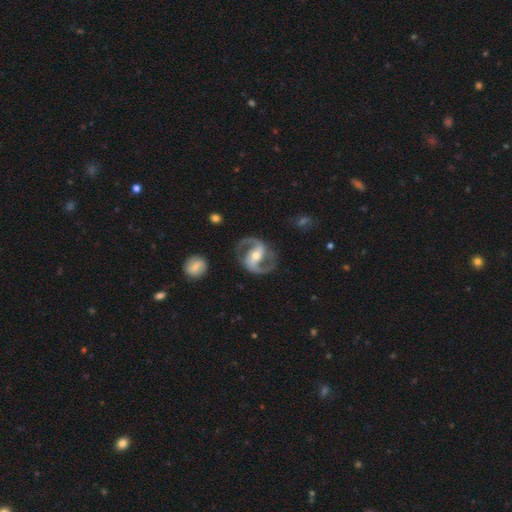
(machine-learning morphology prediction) A featured or disk galaxy (92%) with a strong bar (53%), 2 (94%) medium (60%) spiral arms (97%) and a moderate central bulge (61%).

Vote fractions:
- Smooth or featured? featured or disk: 92% / smooth: 4% / star or artifact: 4%
- Edge-on disk? no: 98% / yes: 2%
- Bar? strong: 53% / weak: 31% / no: 16%
- Spiral arms? yes: 97% / no: 3%
- Spiral winding? medium: 60% / loose: 25% / tight: 15%
- Spiral arm count? 2: 94% / can't tell: 2% / 1: 1% / 3: 1% / 4: 1% / more than 4: 1%
- Bulge size? moderate: 61% / small: 33% / large: 4% / none: 1% / dominant: 1%
- Merging? none: 83% / minor disturbance: 10% / major disturbance: 5% / merger: 2%